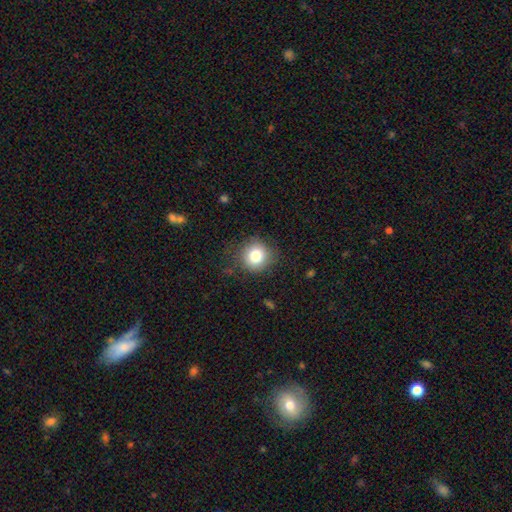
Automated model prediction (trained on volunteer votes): smooth-or-featured: smooth: 81% | star or artifact: 10% | featured or disk: 9%
  how-rounded: round: 88% | in between: 11% | cigar-shaped: 1%
  merging: none: 79% | minor disturbance: 14% | major disturbance: 6% | merger: 1%